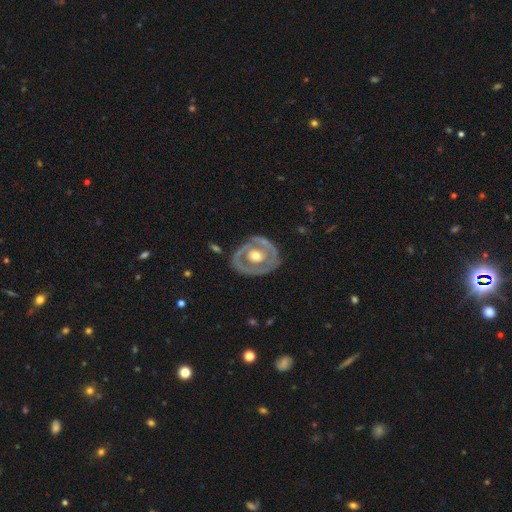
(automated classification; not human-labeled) Smooth or featured? featured or disk (73%)
Edge-on disk? no (95%)
Bar? no (80%)
Spiral arms? no (63%)
Bulge size? moderate (72%)
Merging? none (73%)